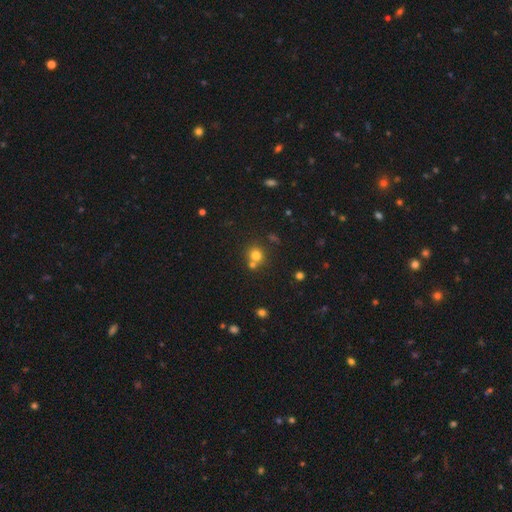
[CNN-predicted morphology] Q: Smooth or featured?
A: smooth (76%); runner-up: star or artifact (16%)
Q: How rounded?
A: round (87%); runner-up: in between (12%)
Q: Merging?
A: none (61%); runner-up: merger (28%)